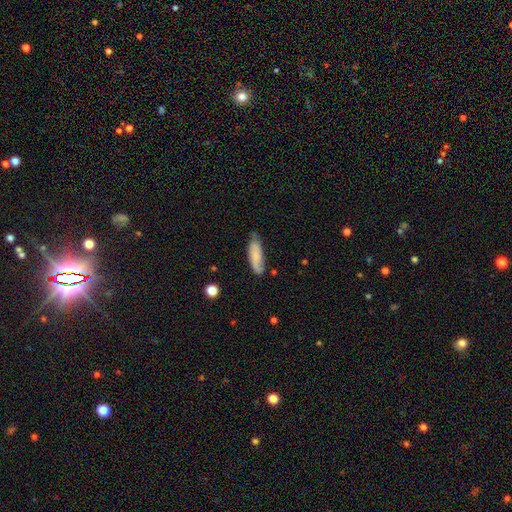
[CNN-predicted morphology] Smooth or featured?
  - smooth: 66% *
  - featured or disk: 27%
  - star or artifact: 7%
How rounded?
  - in between: 58% *
  - cigar-shaped: 41%
  - round: 2%
Merging?
  - none: 62% *
  - minor disturbance: 29%
  - major disturbance: 6%
  - merger: 2%